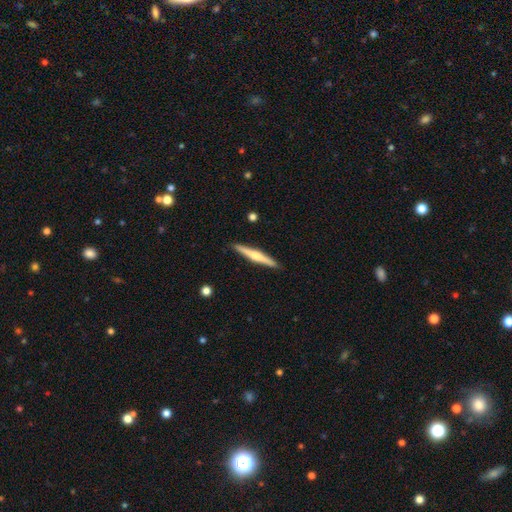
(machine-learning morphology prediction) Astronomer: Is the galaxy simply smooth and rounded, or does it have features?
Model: featured or disk — 61%.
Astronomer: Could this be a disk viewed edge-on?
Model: yes — 98%.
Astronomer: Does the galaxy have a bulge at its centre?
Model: rounded — 81%.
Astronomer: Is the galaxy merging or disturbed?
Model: none — 91%.